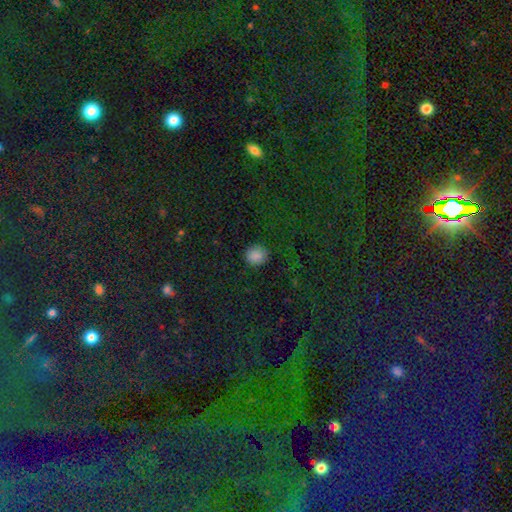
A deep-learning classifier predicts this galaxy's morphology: Smooth or featured? Predicted: smooth (p=0.86). How rounded? Predicted: round (p=0.87). Merging? Predicted: none (p=0.89).